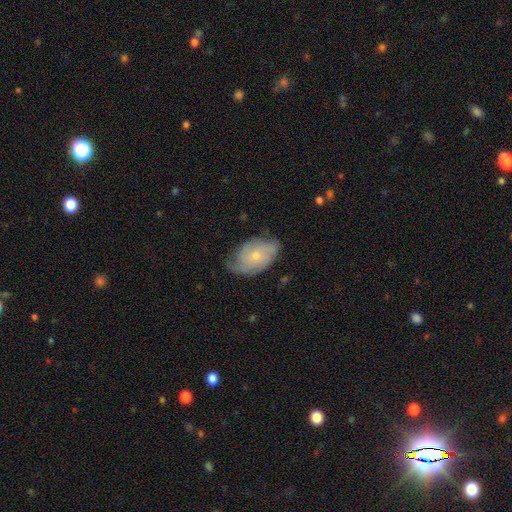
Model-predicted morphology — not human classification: Smooth or featured?
  - featured or disk: 52% *
  - smooth: 42%
  - star or artifact: 7%
Edge-on disk?
  - no: 95% *
  - yes: 5%
Merging?
  - none: 51% *
  - minor disturbance: 35%
  - major disturbance: 12%
  - merger: 2%